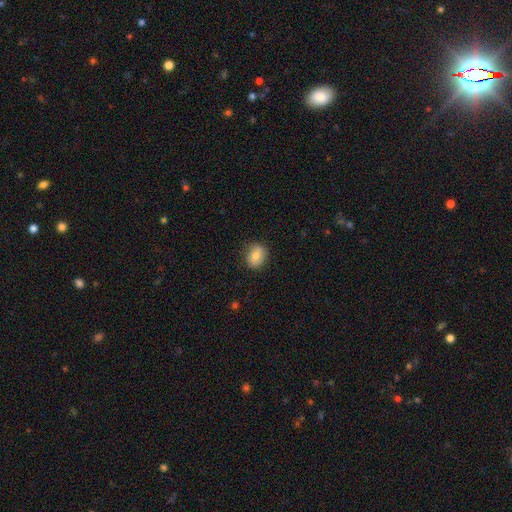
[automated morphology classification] Smooth or featured? Predicted: smooth (p=0.78). How rounded? Predicted: in between (p=0.54). Merging? Predicted: none (p=0.81).